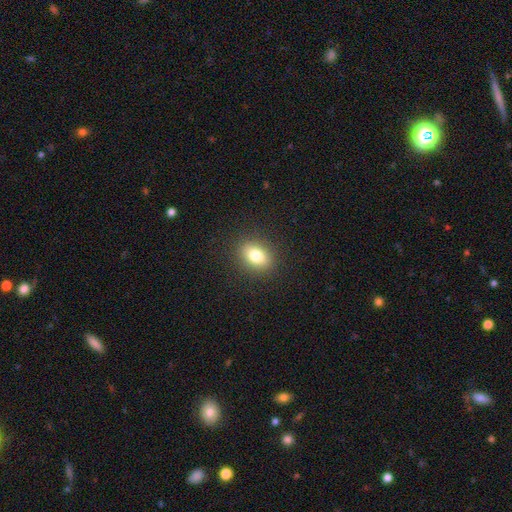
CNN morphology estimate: This is likely a smooth galaxy (78%). How rounded: likely in between (71%). Merging: clearly none (89%).